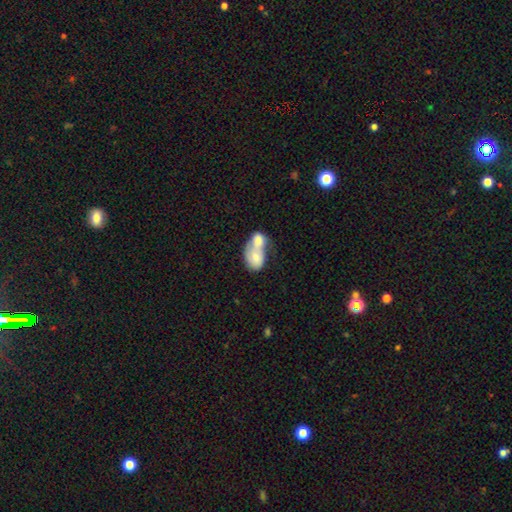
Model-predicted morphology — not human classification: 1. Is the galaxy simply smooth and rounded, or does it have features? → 69% smooth, 25% featured or disk, 6% star or artifact.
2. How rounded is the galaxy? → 81% in between, 17% round, 2% cigar-shaped.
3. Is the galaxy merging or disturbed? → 80% merger, 9% none, 6% minor disturbance, 5% major disturbance.